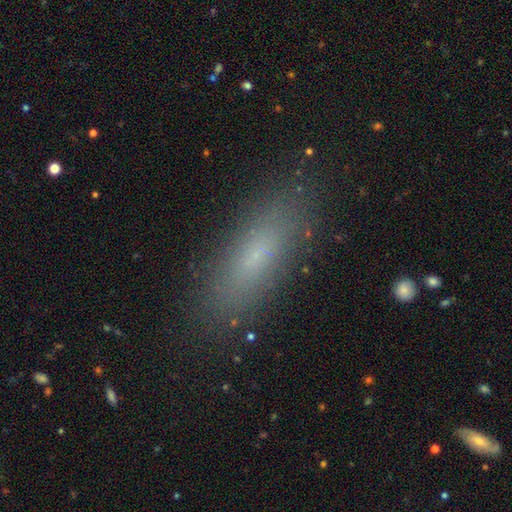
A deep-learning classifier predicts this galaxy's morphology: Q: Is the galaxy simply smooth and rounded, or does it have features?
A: smooth — 71%.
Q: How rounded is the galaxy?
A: in between — 52%.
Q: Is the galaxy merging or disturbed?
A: none — 87%.